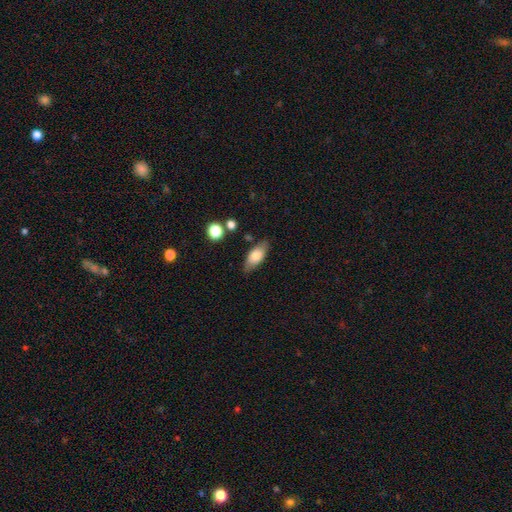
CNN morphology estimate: A smooth galaxy with no disk features (76%) that is in between round and cigar-shaped (84%). Merging: none (78%).